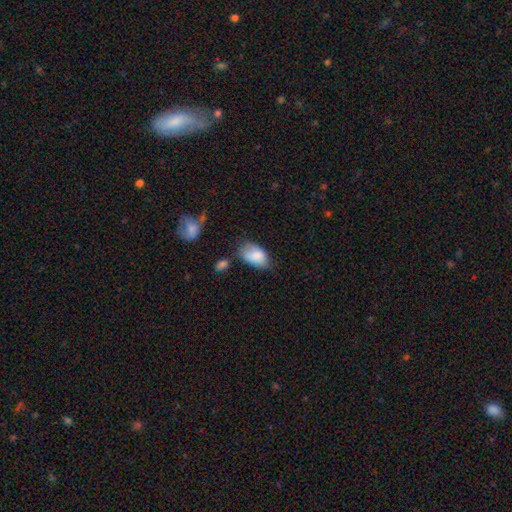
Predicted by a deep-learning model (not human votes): smooth-or-featured: smooth: 83% | featured or disk: 10% | star or artifact: 7%
  how-rounded: in between: 92% | round: 6% | cigar-shaped: 2%
  merging: none: 49% | minor disturbance: 34% | major disturbance: 9% | merger: 8%